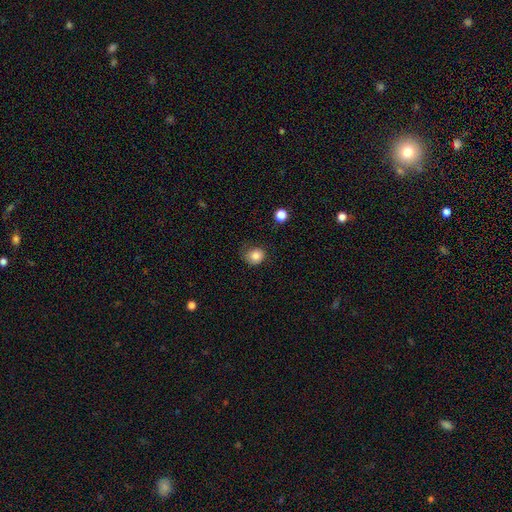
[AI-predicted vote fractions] The model was most divided on "merging": none: 65%, minor disturbance: 25%, major disturbance: 8%, merger: 2%. More confident: smooth or featured — smooth (84%); how rounded — round (73%).